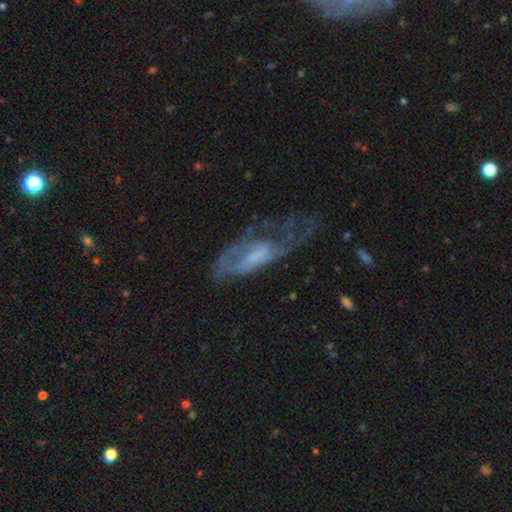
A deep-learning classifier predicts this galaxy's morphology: Overall: featured or disk (65%). Edge-on disk: no (84%). Bar: no (49%; weak 36%). Spiral arms: yes (63%; no 37%). Bulge size: small (35%; none 30%). Merging: major disturbance (45%; none 29%).